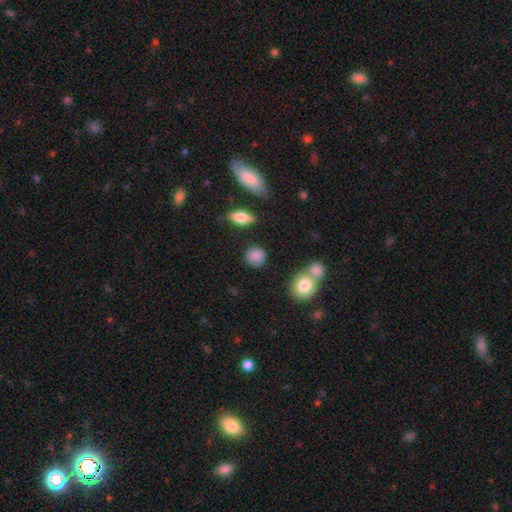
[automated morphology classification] type=smooth (86%); roundness=round (82%); merging=none (79%).